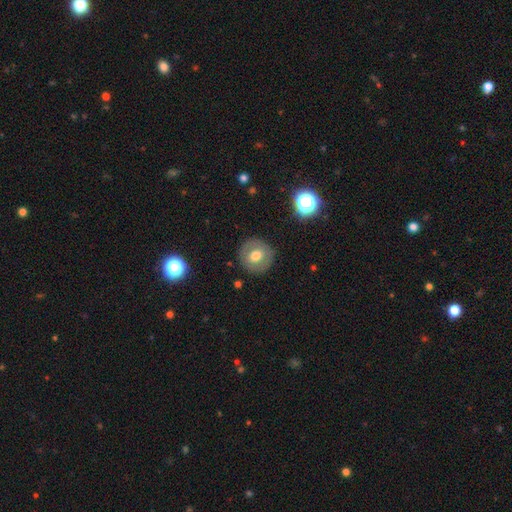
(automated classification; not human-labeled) smooth_or_featured: smooth (p=0.61) [alt: featured or disk p=0.31]
how_rounded: round (p=0.90) [alt: in between p=0.09]
merging: none (p=0.87) [alt: minor disturbance p=0.08]